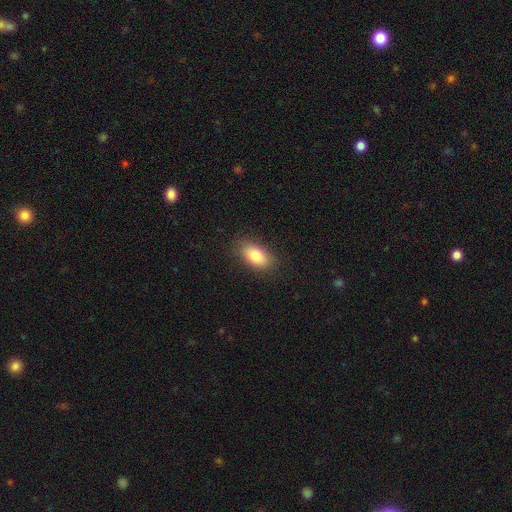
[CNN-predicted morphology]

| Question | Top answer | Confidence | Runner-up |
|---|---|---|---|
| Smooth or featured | smooth | 82% | featured or disk (10%) |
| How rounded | in between | 91% | round (6%) |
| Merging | none | 86% | minor disturbance (11%) |